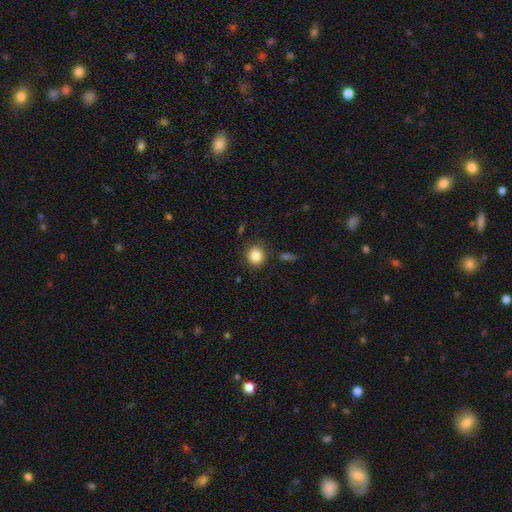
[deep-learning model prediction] A smooth galaxy with no disk features (86%) that is round (90%). Merging: none (87%).